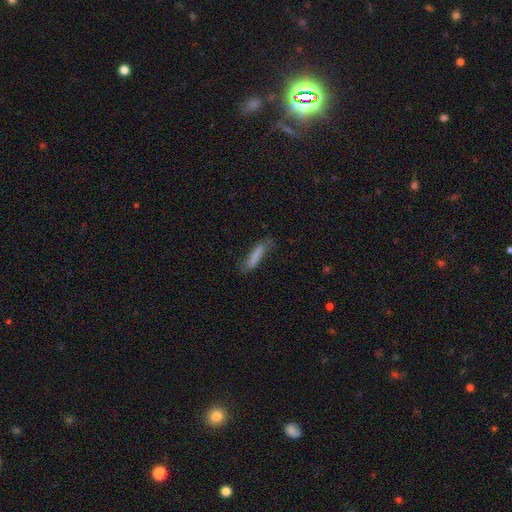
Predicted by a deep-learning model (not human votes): Smooth or featured: smooth — 77% (featured or disk — 16%)
How rounded: cigar-shaped — 85% (in between — 14%)
Merging: none — 67% (minor disturbance — 23%)